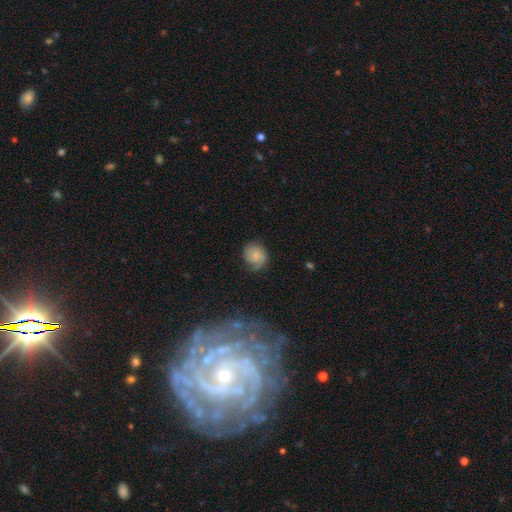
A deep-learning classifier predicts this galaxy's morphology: Smooth or featured?
  - smooth: 58% *
  - featured or disk: 34%
  - star or artifact: 8%
How rounded?
  - round: 73% *
  - in between: 26%
  - cigar-shaped: 1%
Merging?
  - none: 60% *
  - minor disturbance: 26%
  - major disturbance: 12%
  - merger: 2%